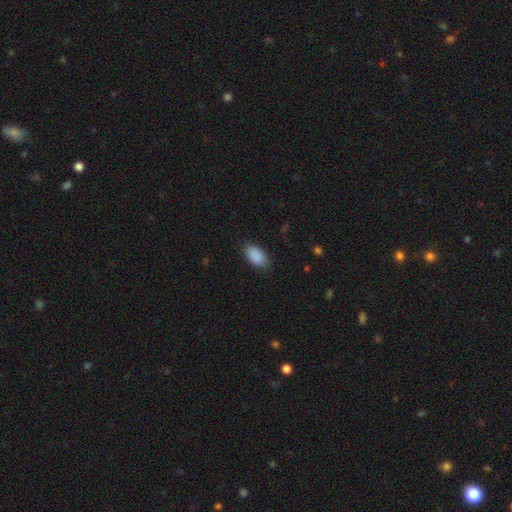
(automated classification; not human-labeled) Smooth or featured? smooth (90%)
How rounded? in between (93%)
Merging? none (81%)